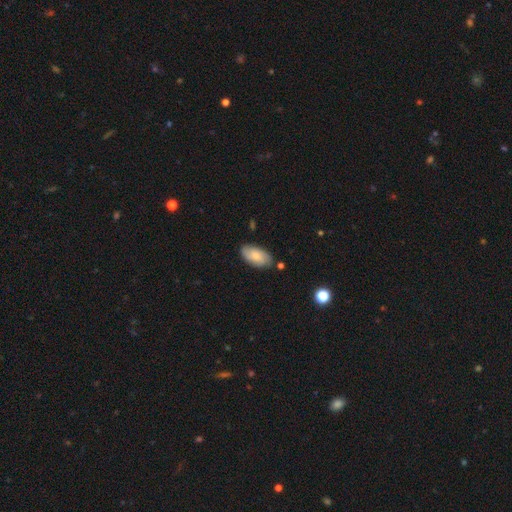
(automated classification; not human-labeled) A smooth galaxy with no disk features (68%) that is in between round and cigar-shaped (93%). Merging: none (79%).